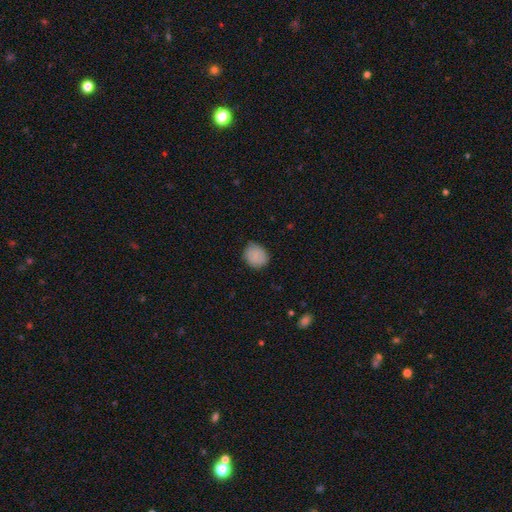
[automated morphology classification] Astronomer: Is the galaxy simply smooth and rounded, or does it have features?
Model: smooth — 82%.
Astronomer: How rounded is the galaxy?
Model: round — 72%.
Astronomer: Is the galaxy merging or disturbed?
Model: none — 82%.